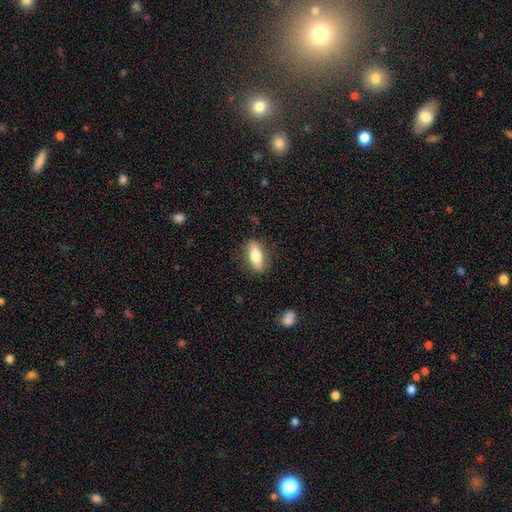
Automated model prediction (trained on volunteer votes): Morphology: type=smooth (70%); roundness=in between (72%); merging=none (84%).